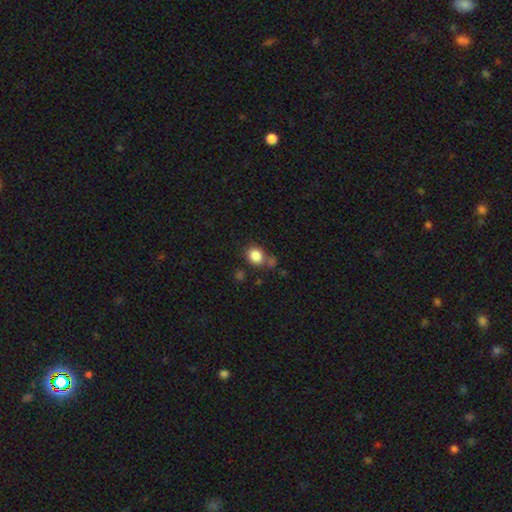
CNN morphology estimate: This appears to be a smooth galaxy with no disk features (85%) that is round (70%). Merging: none (67%).